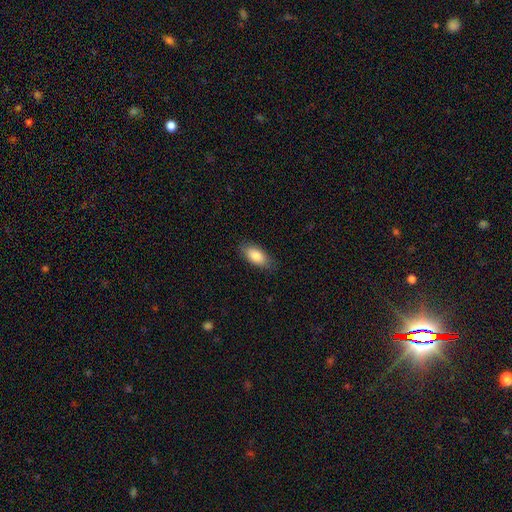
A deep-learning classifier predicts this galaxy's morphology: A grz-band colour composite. It shows a smooth galaxy with no disk features (85%) that is in between round and cigar-shaped (89%). Merging: none (84%).